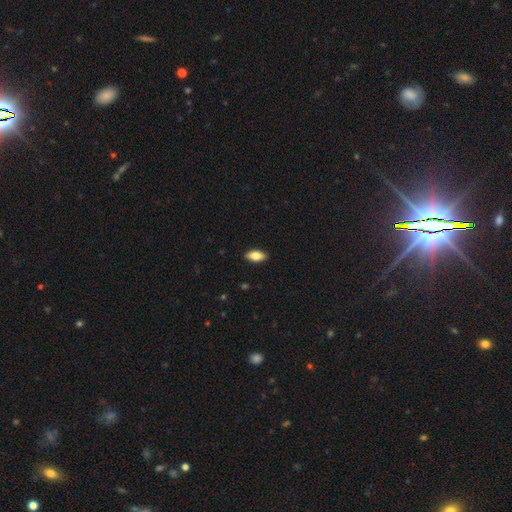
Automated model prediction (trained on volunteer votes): Smooth or featured? smooth (77%)
How rounded? in between (88%)
Merging? none (90%)